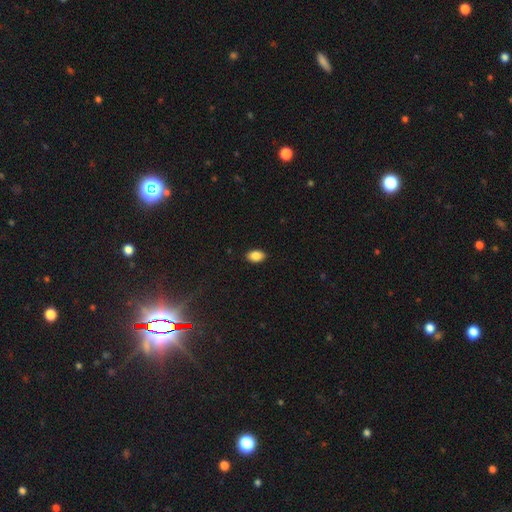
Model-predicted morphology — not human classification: Smooth or featured?
  - smooth: 87% *
  - star or artifact: 8%
  - featured or disk: 5%
How rounded?
  - in between: 89% *
  - round: 10%
  - cigar-shaped: 1%
Merging?
  - none: 88% *
  - minor disturbance: 9%
  - major disturbance: 2%
  - merger: 1%